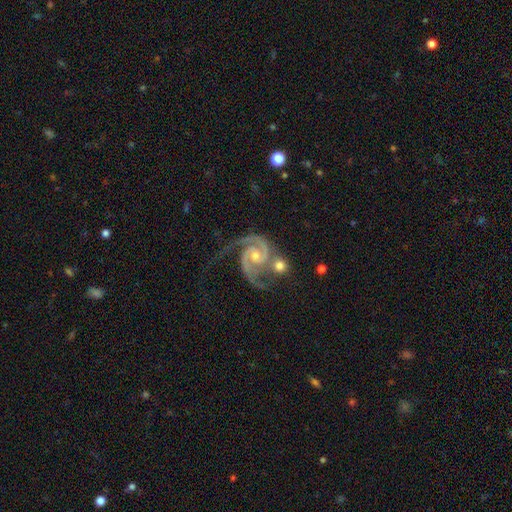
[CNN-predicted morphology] This appears to be a featured or disk galaxy (93%) with no bar (57%), 2 (88%) medium (52%) spiral arms (99%) and a small central bulge (52%). Merging: none (50%).